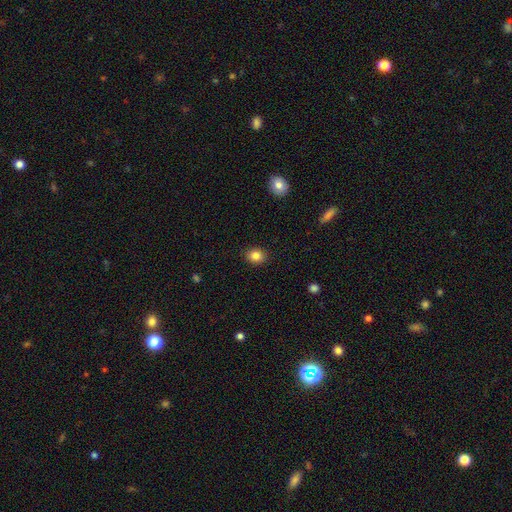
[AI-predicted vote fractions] Q: Smooth or featured?
A: smooth (85%); runner-up: star or artifact (10%)
Q: How rounded?
A: round (54%); runner-up: in between (45%)
Q: Merging?
A: none (90%); runner-up: minor disturbance (7%)